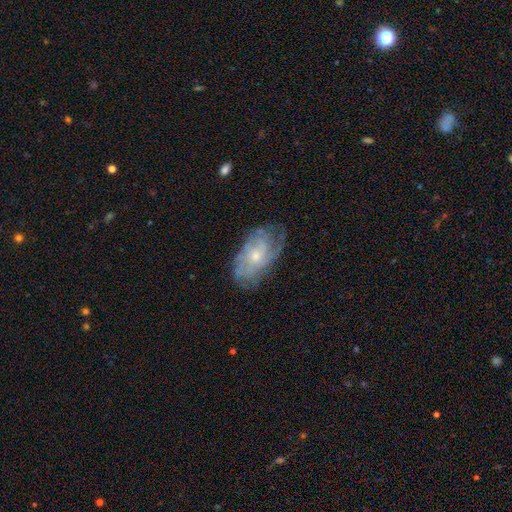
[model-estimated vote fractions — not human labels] The model was most divided on "bulge size": small: 54%, moderate: 41%, none: 2%, large: 2%, dominant: 1%. Remaining: edge-on disk — no (94%); spiral arms — yes (79%); bar — no (78%); smooth or featured — featured or disk (69%); merging — none (62%); spiral arm count — can't tell (56%); spiral winding — tight (50%).